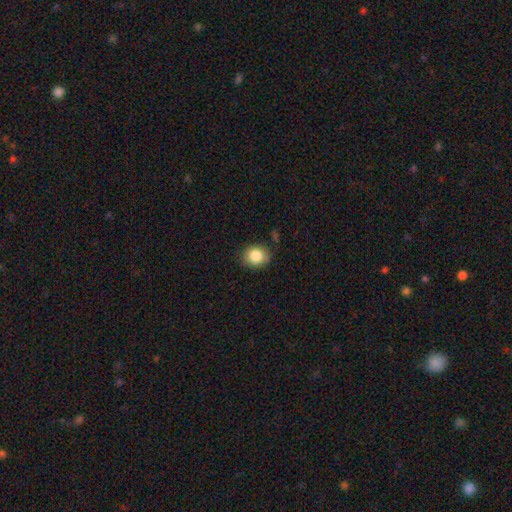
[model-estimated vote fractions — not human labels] Smooth or featured: smooth — 85% (star or artifact — 9%)
How rounded: round — 63% (in between — 36%)
Merging: none — 83% (minor disturbance — 12%)